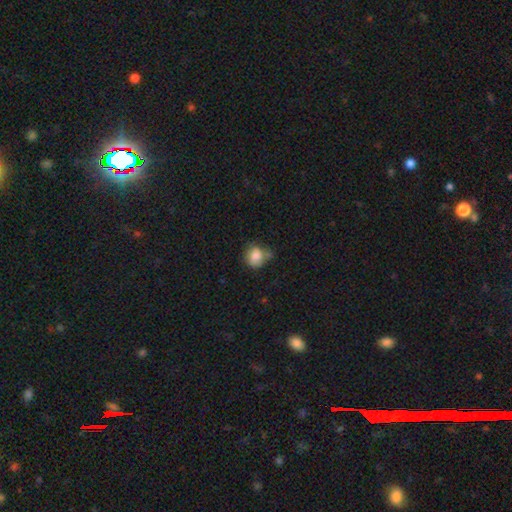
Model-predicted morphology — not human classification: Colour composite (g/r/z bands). It shows a smooth galaxy with no disk features (79%) that is round (69%). Merging: none (53%).